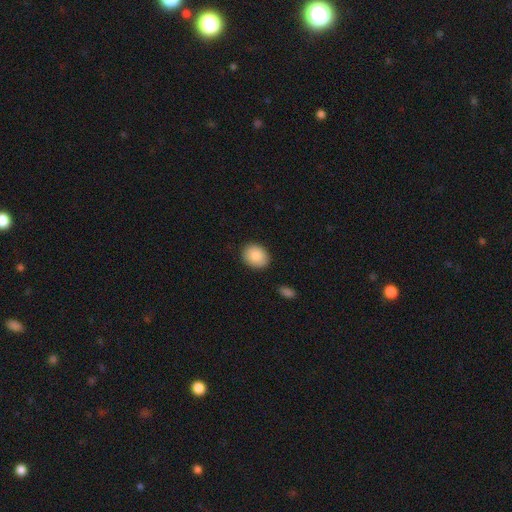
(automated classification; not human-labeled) smooth 88%, star or artifact 7%, featured or disk 6%. Down the decision tree: how rounded — in between (56%); merging — none (88%).